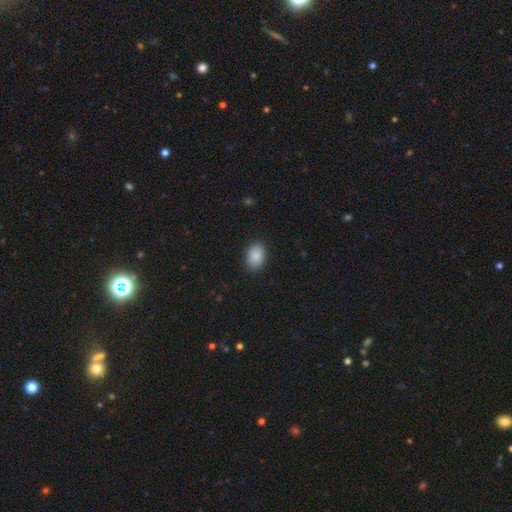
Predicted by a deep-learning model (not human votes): Smooth or featured? Predicted: smooth (p=0.90). How rounded? Predicted: in between (p=0.79). Merging? Predicted: none (p=0.88).